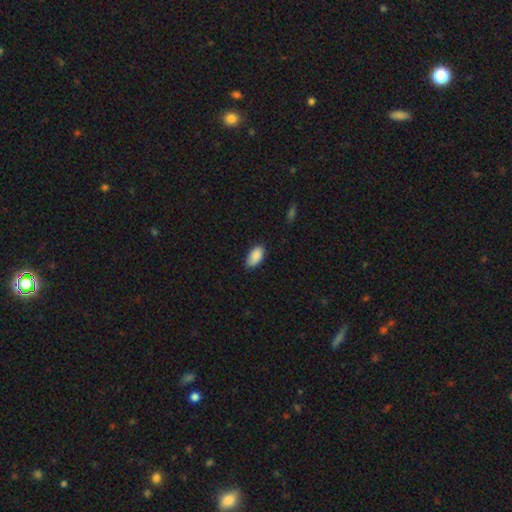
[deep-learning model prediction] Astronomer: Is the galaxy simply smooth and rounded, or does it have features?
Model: smooth — 89%.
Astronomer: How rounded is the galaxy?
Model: in between — 94%.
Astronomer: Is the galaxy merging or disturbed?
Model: none — 79%.